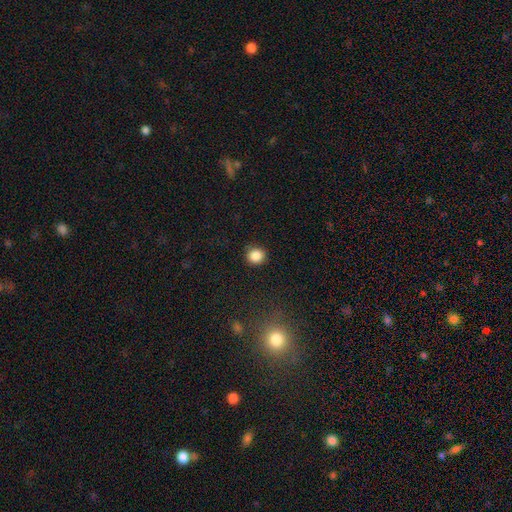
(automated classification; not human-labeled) A smooth galaxy with no disk features (86%) that is round (89%). Merging: none (89%).